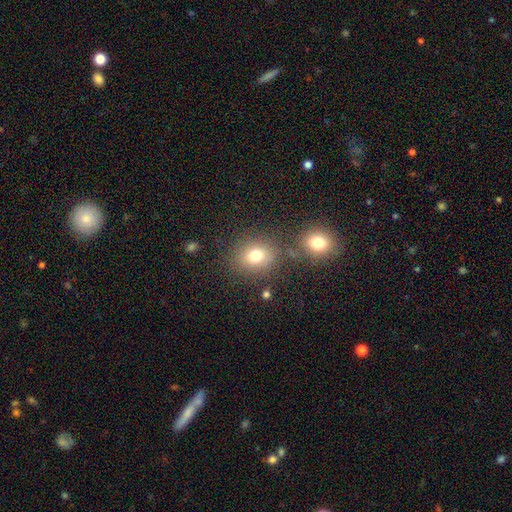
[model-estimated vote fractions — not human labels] This appears to be a smooth galaxy with no disk features (78%) that is round (62%). Merging: none (73%).